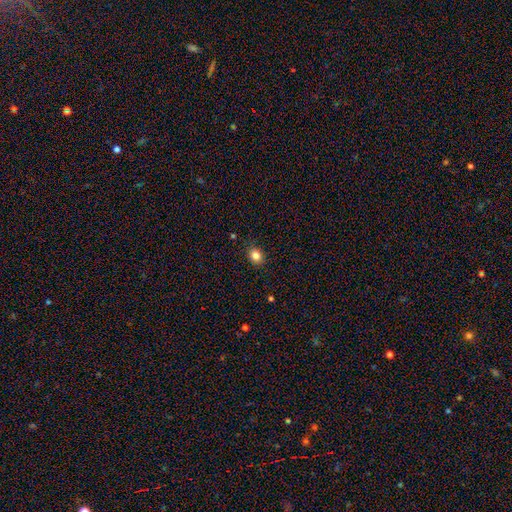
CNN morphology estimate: Overall: smooth (84%). How rounded: round (53%; in between 46%). Merging: none (88%).